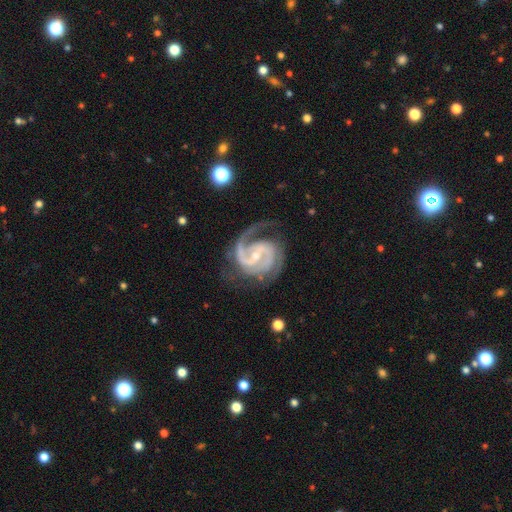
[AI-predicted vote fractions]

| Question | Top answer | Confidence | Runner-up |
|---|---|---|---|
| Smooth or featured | featured or disk | 93% | star or artifact (4%) |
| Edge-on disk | no | 98% | yes (2%) |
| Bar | weak | 45% | no (28%) |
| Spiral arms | yes | 98% | no (2%) |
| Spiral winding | medium | 55% | tight (33%) |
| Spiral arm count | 2 | 76% | 3 (11%) |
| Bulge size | small | 66% | moderate (30%) |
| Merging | none | 64% | minor disturbance (20%) |